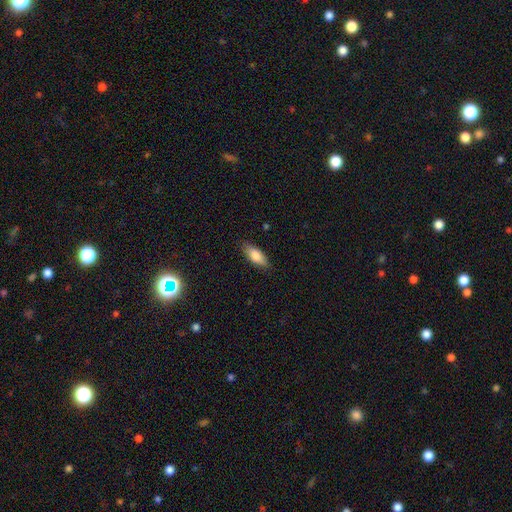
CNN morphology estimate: A smooth galaxy with no disk features (81%) that is in between round and cigar-shaped (78%). Merging: none (85%).